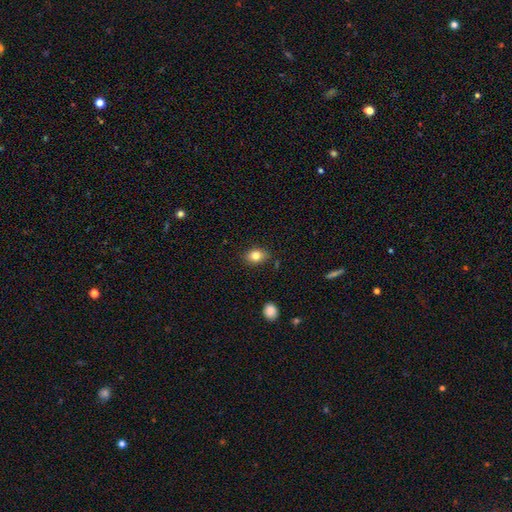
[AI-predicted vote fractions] smooth 82%, star or artifact 9%, featured or disk 8%. Down the decision tree: how rounded — in between (72%); merging — none (84%).